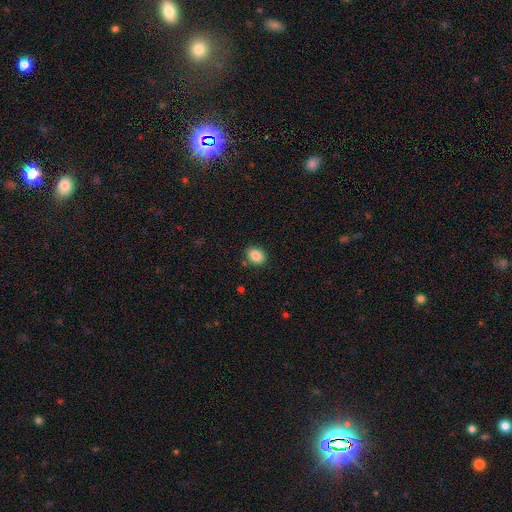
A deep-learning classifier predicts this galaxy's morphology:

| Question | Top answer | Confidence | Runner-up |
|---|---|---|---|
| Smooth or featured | smooth | 85% | star or artifact (9%) |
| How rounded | in between | 61% | round (38%) |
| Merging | none | 86% | minor disturbance (9%) |